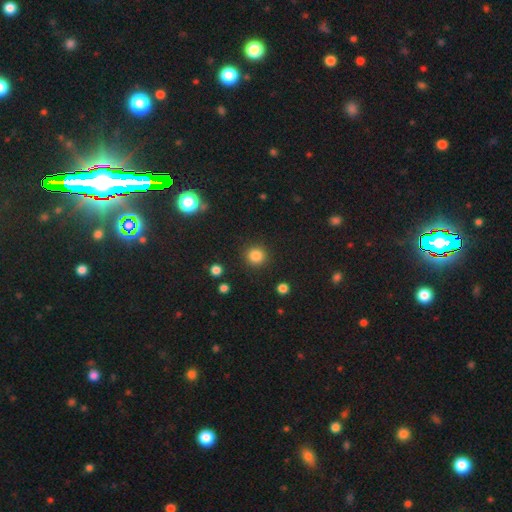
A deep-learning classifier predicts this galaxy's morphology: Overall: smooth (84%). How rounded: round (92%). Merging: none (91%).